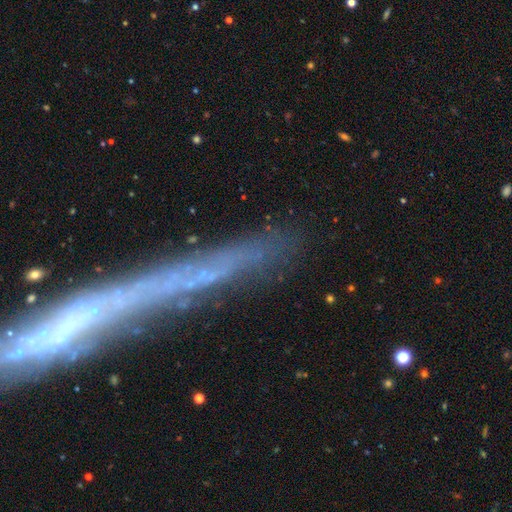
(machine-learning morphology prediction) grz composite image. It shows a featured or disk galaxy (55%) viewed edge-on (79%). Merging: none (76%).